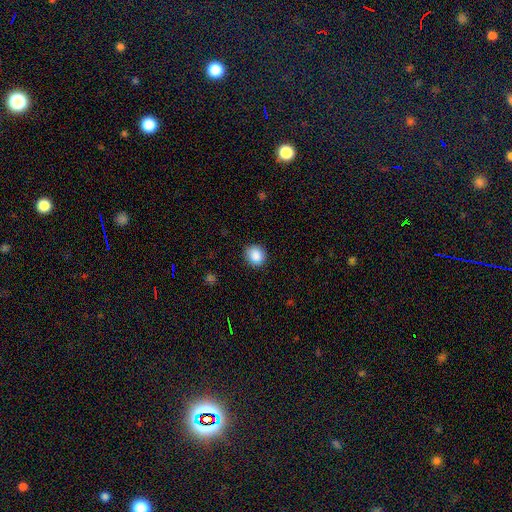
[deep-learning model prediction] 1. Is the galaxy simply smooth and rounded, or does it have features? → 87% smooth, 9% star or artifact, 4% featured or disk.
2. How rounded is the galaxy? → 81% round, 18% in between, 1% cigar-shaped.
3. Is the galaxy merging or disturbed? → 87% none, 10% minor disturbance, 2% major disturbance, 1% merger.